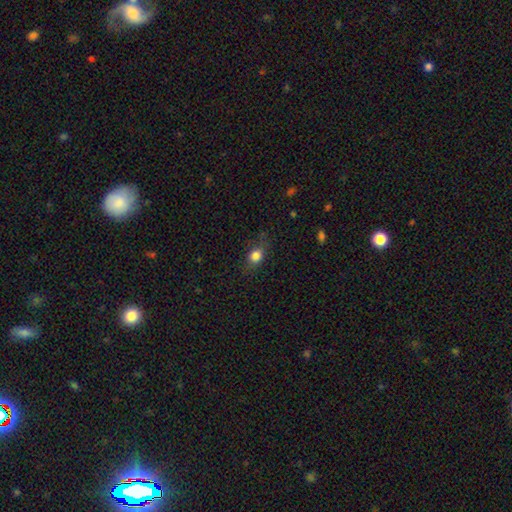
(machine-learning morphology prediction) A smooth galaxy with no disk features (82%) that is in between round and cigar-shaped (57%). Merging: none (75%).